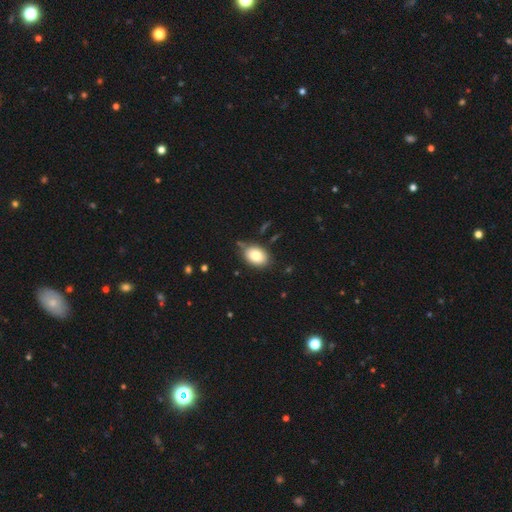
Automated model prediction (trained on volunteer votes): This is clearly a smooth galaxy (83%). How rounded: clearly in between (80%). Merging: likely none (77%).